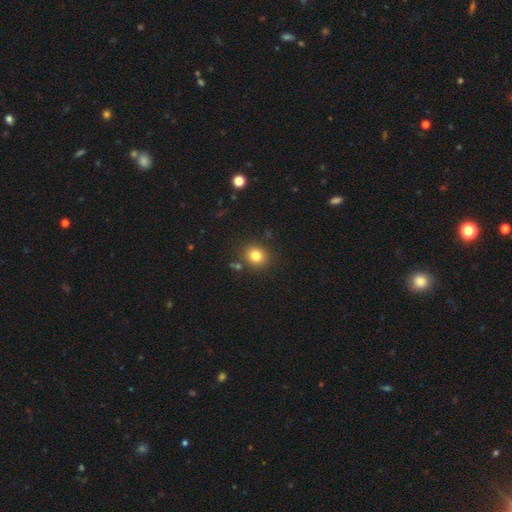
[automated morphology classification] This is clearly a smooth galaxy (81%). How rounded: likely round (76%). Merging: clearly none (85%).